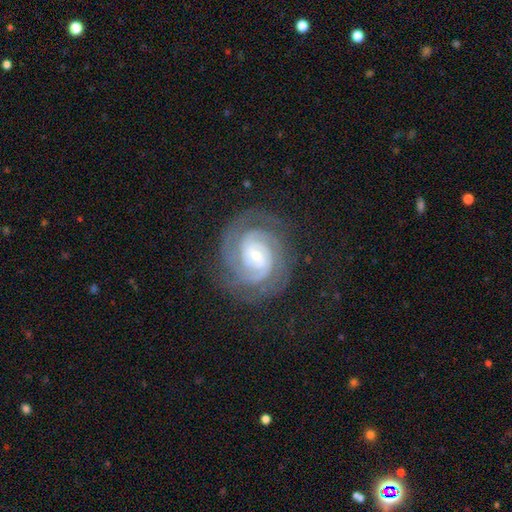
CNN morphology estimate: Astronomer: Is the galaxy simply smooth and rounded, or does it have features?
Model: featured or disk — 90%.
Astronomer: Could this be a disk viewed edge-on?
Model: no — 98%.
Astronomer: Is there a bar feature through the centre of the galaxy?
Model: no — 41%, tied with weak at 41%.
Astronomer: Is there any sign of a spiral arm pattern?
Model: yes — 98%.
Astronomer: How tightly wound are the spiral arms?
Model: tight — 76%.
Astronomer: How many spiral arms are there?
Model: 2 — 53%.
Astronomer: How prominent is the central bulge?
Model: small — 70%.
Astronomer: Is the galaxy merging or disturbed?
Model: none — 78%.